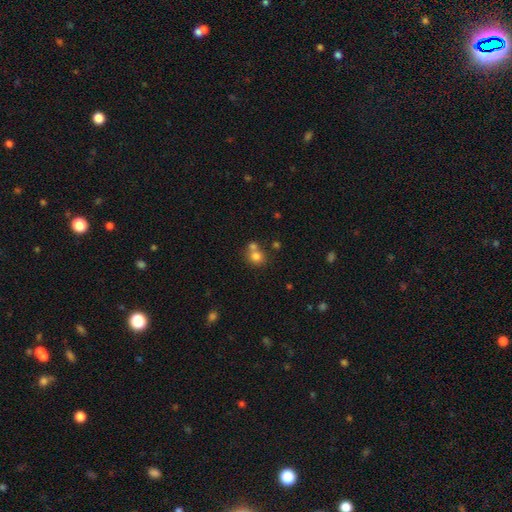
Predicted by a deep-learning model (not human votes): This appears to be a smooth galaxy with no disk features (76%) that is round (80%). Merging: none (46%).